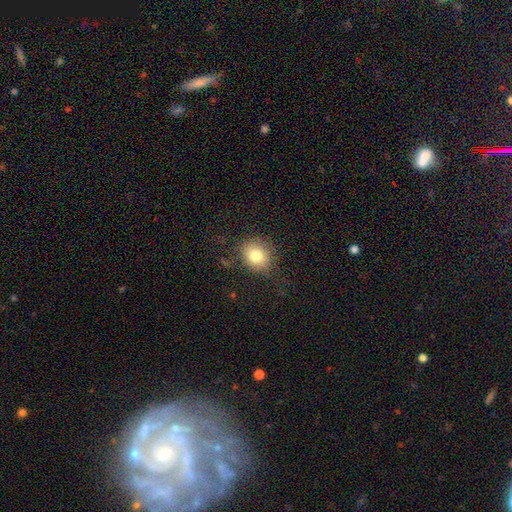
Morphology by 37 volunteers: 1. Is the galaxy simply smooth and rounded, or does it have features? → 84% smooth, 8% featured or disk, 8% star or artifact.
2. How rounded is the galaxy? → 84% round, 16% in between, 0% cigar-shaped.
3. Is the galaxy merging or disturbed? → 79% none, 15% minor disturbance, 6% major disturbance, 0% merger.